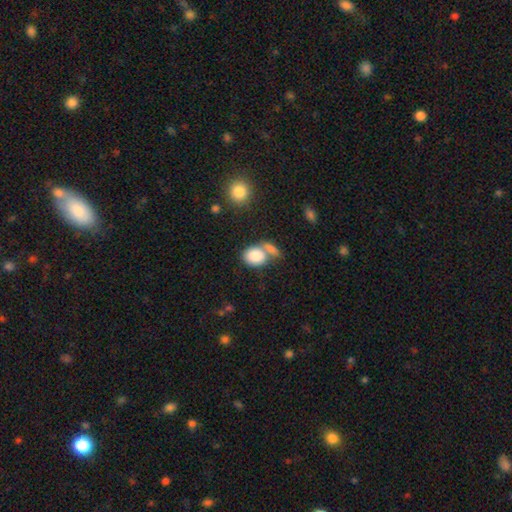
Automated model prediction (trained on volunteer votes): The model was most divided on "merging": merger: 43%, none: 39%, minor disturbance: 11%, major disturbance: 7%. More confident: smooth or featured — smooth (84%); how rounded — in between (57%).